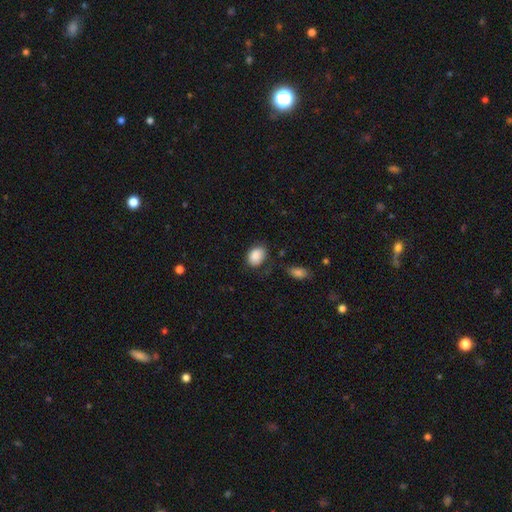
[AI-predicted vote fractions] Smooth or featured? smooth (88%)
How rounded? in between (78%)
Merging? none (70%)